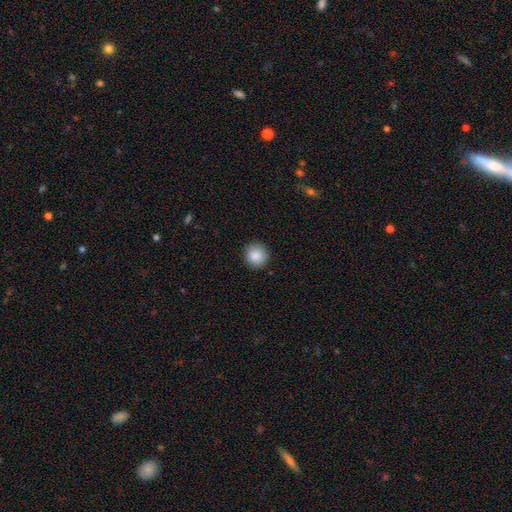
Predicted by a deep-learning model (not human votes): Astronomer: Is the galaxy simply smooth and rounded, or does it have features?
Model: smooth — 88%.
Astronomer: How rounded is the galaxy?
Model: round — 93%.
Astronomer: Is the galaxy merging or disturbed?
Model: none — 91%.